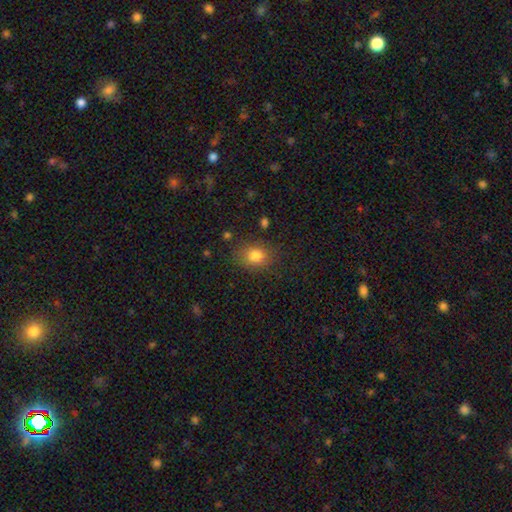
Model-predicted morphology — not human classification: Smooth or featured? smooth (80%)
How rounded? in between (50%)
Merging? none (81%)